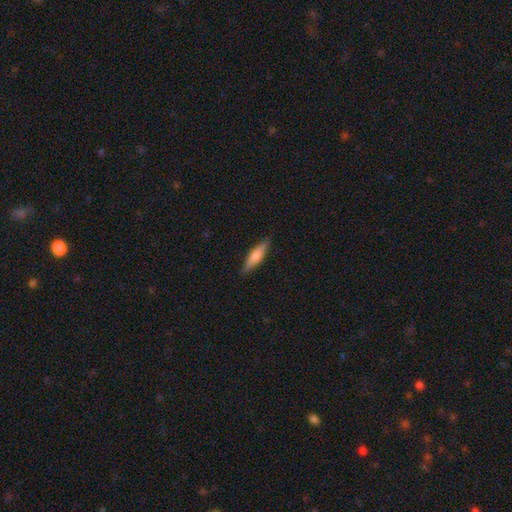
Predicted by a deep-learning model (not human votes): Smooth or featured?
  - smooth: 64% *
  - featured or disk: 30%
  - star or artifact: 6%
How rounded?
  - cigar-shaped: 70% *
  - in between: 28%
  - round: 2%
Merging?
  - none: 88% *
  - minor disturbance: 9%
  - major disturbance: 2%
  - merger: 1%